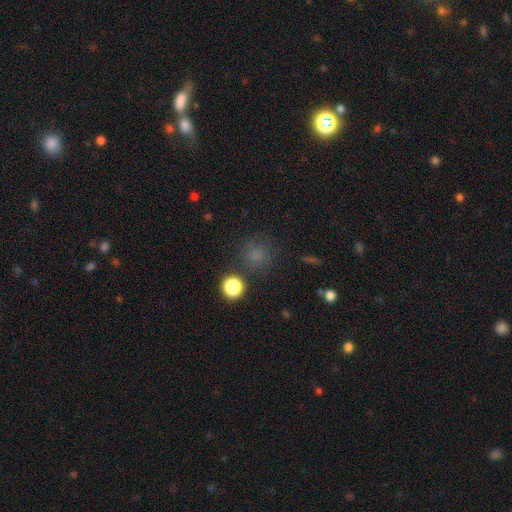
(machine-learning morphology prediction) Q: Smooth or featured?
A: smooth (69%); runner-up: star or artifact (26%)
Q: How rounded?
A: round (91%); runner-up: in between (8%)
Q: Merging?
A: none (82%); runner-up: minor disturbance (9%)